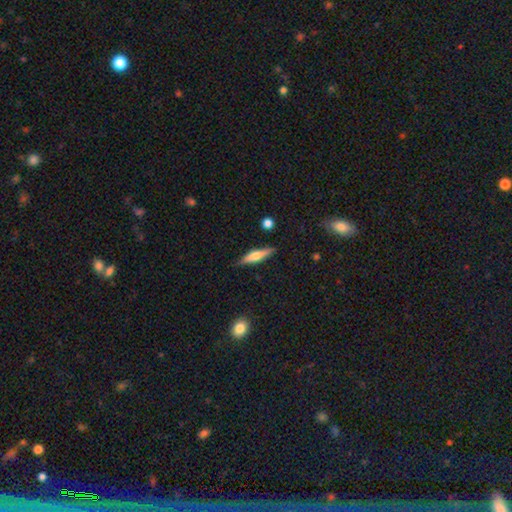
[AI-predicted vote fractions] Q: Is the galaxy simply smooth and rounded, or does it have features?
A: featured or disk — 48%.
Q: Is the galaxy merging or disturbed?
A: none — 86%.